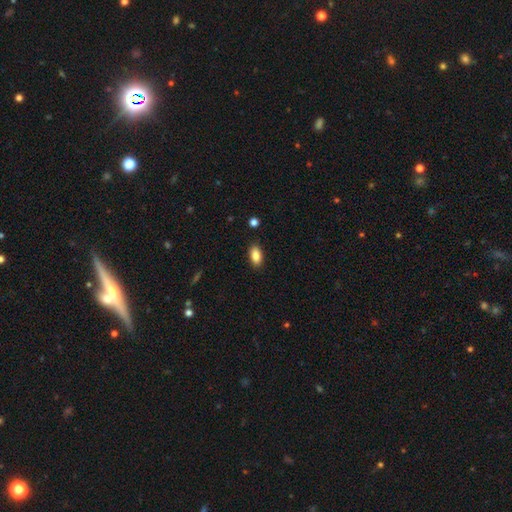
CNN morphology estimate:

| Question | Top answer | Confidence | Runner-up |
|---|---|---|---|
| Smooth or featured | smooth | 87% | star or artifact (8%) |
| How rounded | in between | 91% | cigar-shaped (5%) |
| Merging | none | 88% | minor disturbance (9%) |